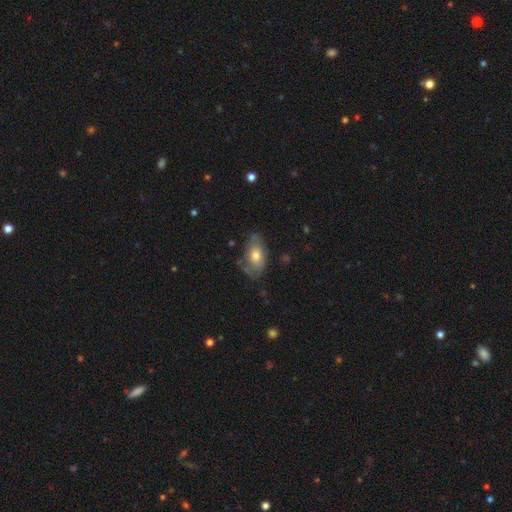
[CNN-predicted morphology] A smooth galaxy with no disk features (62%) that is in between round and cigar-shaped (90%).

Vote fractions:
- Smooth or featured? smooth: 62% / featured or disk: 31% / star or artifact: 7%
- How rounded? in between: 90% / round: 6% / cigar-shaped: 4%
- Merging? none: 59% / minor disturbance: 28% / major disturbance: 10% / merger: 2%